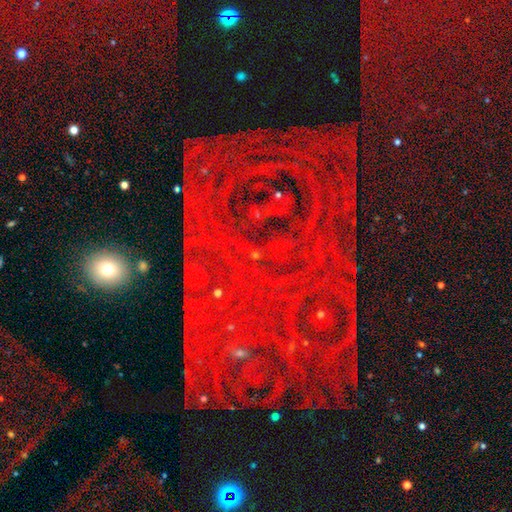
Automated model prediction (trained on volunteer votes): smooth-or-featured: star or artifact: 79% | featured or disk: 11% | smooth: 10%